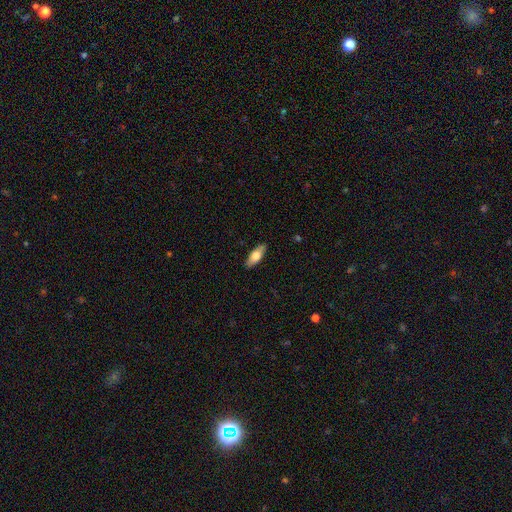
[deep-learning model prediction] smooth 68%, featured or disk 26%, star or artifact 6%. Down the decision tree: how rounded — in between (74%); merging — none (89%).